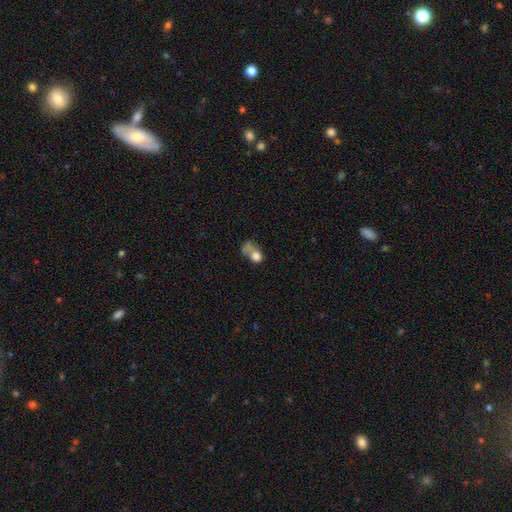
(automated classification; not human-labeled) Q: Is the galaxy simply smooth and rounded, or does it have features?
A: smooth — 70%.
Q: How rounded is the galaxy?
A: in between — 50%.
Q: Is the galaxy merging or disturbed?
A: merger — 37%.